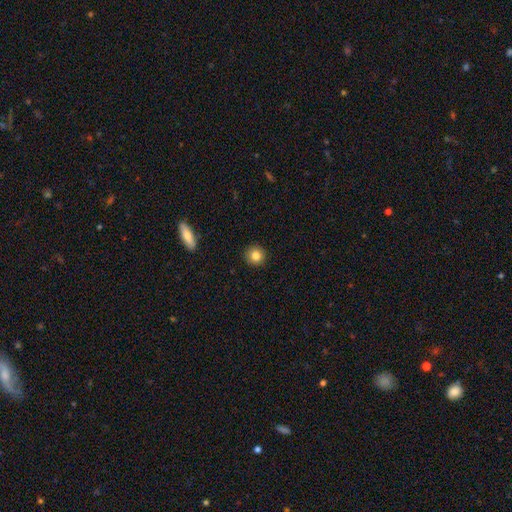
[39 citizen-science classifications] This is clearly a smooth galaxy (92%). How rounded: clearly round (86%). Merging: clearly none (89%).